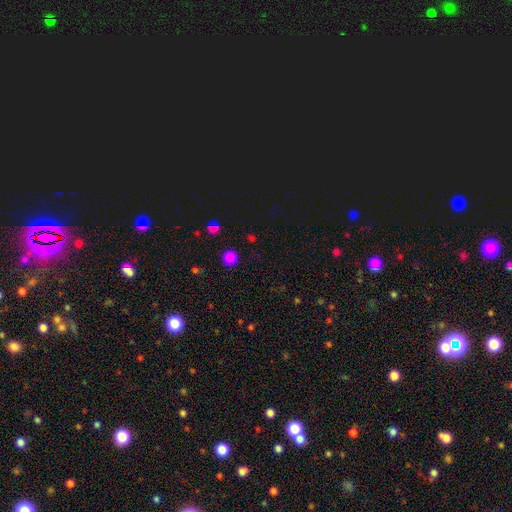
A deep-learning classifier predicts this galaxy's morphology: type=smooth (67%); roundness=round (92%); merging=none (90%).